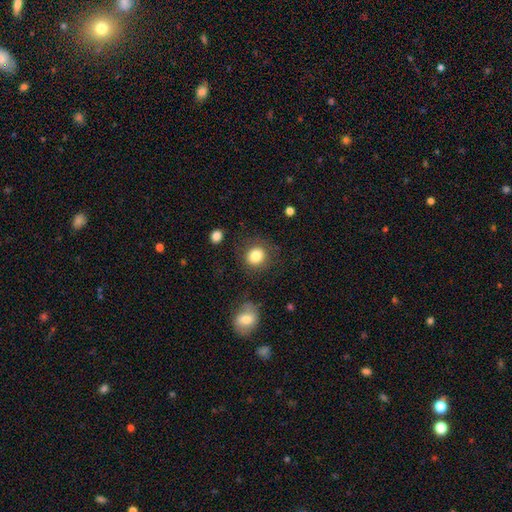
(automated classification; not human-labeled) Morphology: type=smooth (83%); roundness=round (85%); merging=none (81%).